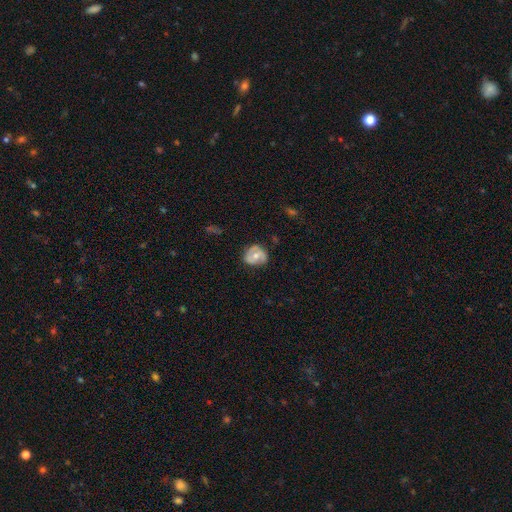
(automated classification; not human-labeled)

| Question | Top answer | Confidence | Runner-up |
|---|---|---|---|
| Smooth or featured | featured or disk | 51% | smooth (42%) |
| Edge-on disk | no | 97% | yes (3%) |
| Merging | none | 67% | minor disturbance (25%) |